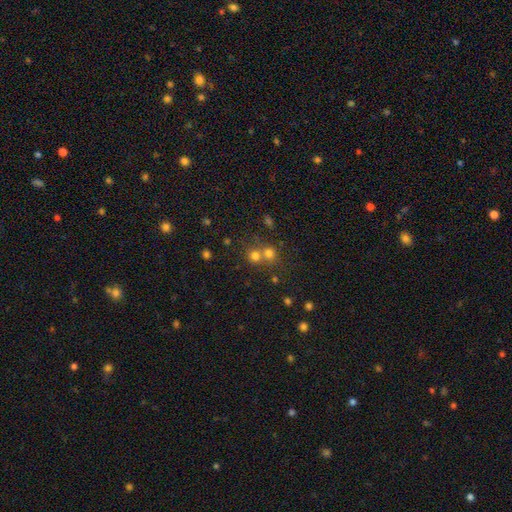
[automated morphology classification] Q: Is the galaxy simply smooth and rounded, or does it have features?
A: smooth — 70%.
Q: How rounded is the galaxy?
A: round — 86%.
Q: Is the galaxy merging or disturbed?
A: merger — 47%.